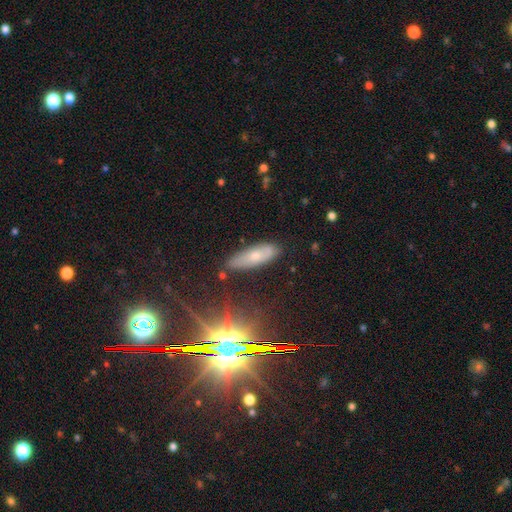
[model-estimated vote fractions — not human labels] Smooth or featured? smooth (45%)
Merging? none (76%)